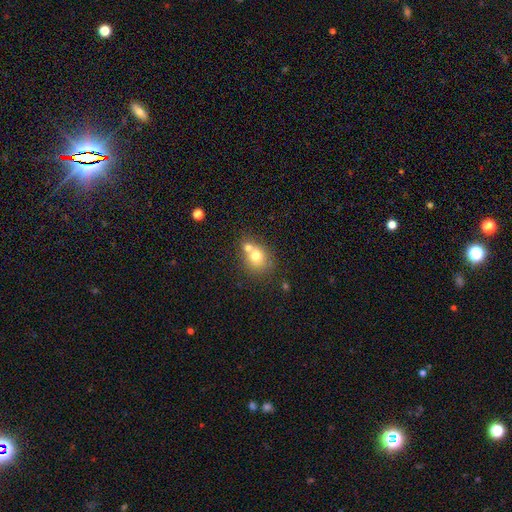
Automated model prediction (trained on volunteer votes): smooth_or_featured: smooth (p=0.71) [alt: featured or disk p=0.18]
how_rounded: round (p=0.68) [alt: in between p=0.31]
merging: merger (p=0.48) [alt: none p=0.40]